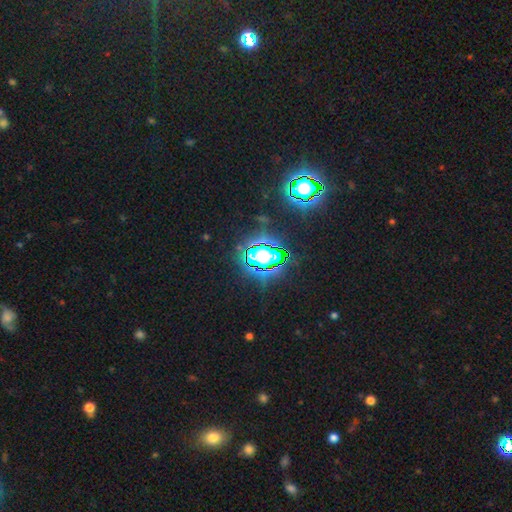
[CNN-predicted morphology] smooth_or_featured: star or artifact (p=0.83) [alt: smooth p=0.10]